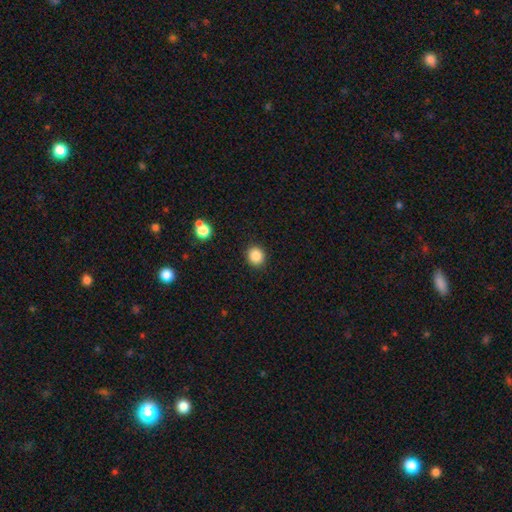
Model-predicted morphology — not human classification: Smooth or featured: smooth — 86% (star or artifact — 10%)
How rounded: round — 83% (in between — 16%)
Merging: none — 90% (minor disturbance — 6%)